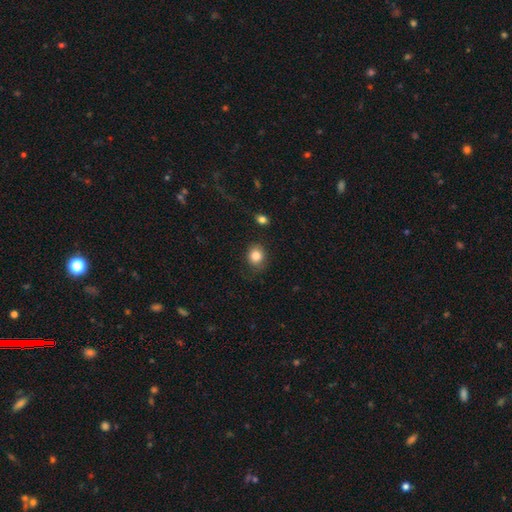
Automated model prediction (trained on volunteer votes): This is clearly a smooth galaxy (83%). How rounded: likely round (74%). Merging: clearly none (82%).